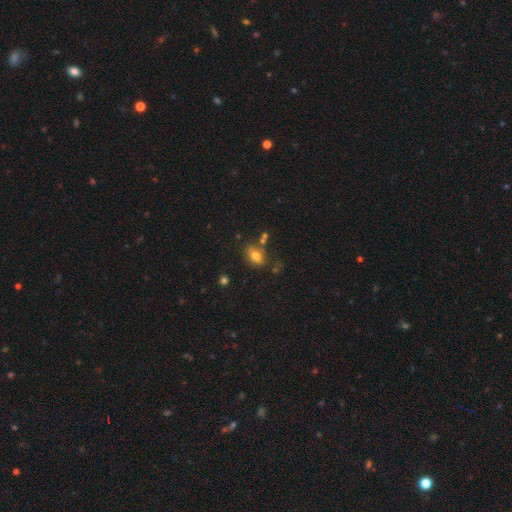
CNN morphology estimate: smooth_or_featured: smooth (p=0.76) [alt: featured or disk p=0.12]
how_rounded: in between (p=0.80) [alt: round p=0.18]
merging: none (p=0.68) [alt: minor disturbance p=0.17]